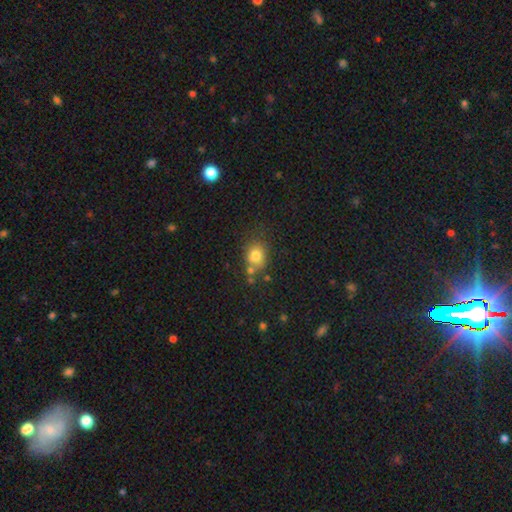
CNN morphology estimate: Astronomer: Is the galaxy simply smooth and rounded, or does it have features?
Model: smooth — 79%.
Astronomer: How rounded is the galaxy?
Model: round — 67%.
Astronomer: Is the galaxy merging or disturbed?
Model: none — 59%.